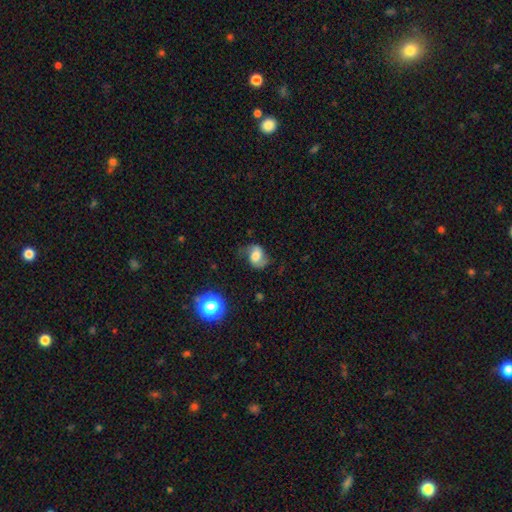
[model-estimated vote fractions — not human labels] featured or disk 52%, smooth 37%, star or artifact 11%. Down the decision tree: edge-on disk — no (96%); merging — none (60%).